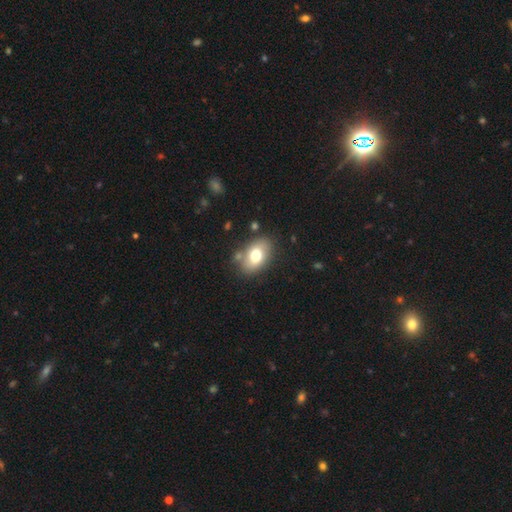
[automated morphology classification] This is likely a smooth galaxy (73%). How rounded: clearly in between (85%). Merging: likely none (76%).